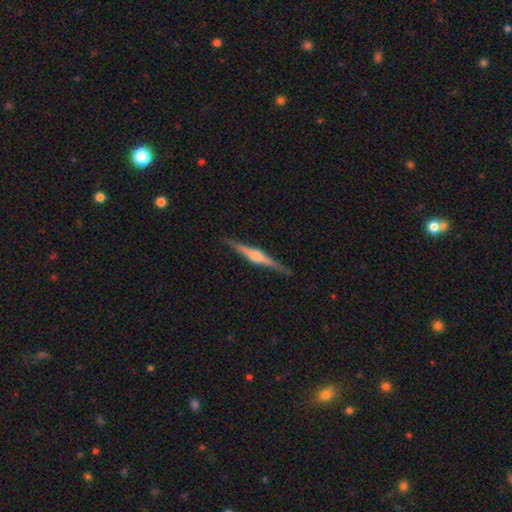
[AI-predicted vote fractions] Smooth or featured?
  - featured or disk: 77% *
  - smooth: 18%
  - star or artifact: 6%
Edge-on disk?
  - yes: 98% *
  - no: 2%
Edge-on bulge?
  - rounded: 77% *
  - boxy: 17%
  - none: 5%
Merging?
  - none: 88% *
  - minor disturbance: 9%
  - major disturbance: 2%
  - merger: 1%